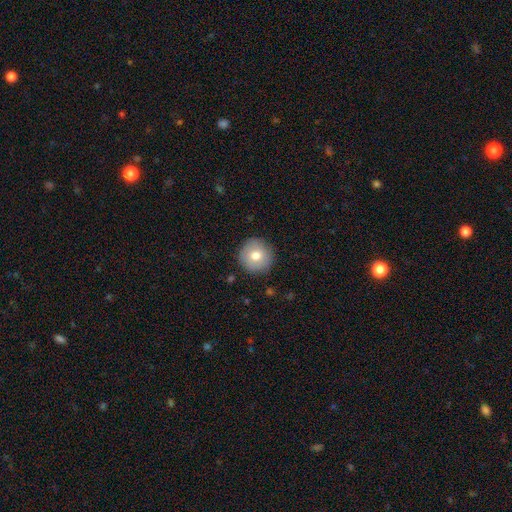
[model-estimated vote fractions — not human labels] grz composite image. It shows a smooth galaxy with no disk features (75%) that is round (96%). Merging: none (90%).